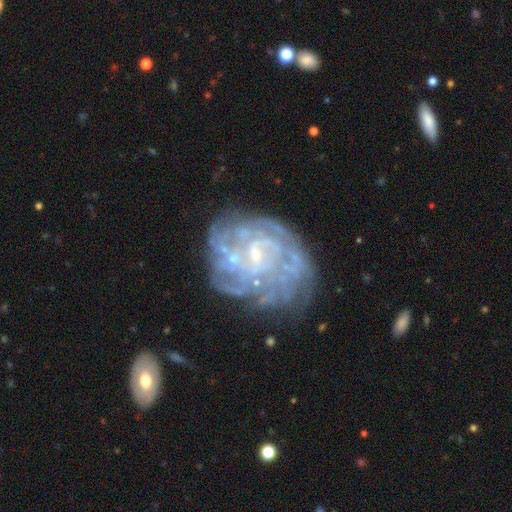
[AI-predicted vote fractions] Q: Smooth or featured?
A: featured or disk (81%); runner-up: smooth (11%)
Q: Edge-on disk?
A: no (97%); runner-up: yes (3%)
Q: Bar?
A: no (56%); runner-up: weak (36%)
Q: Spiral arms?
A: yes (80%); runner-up: no (20%)
Q: Spiral winding?
A: tight (68%); runner-up: medium (23%)
Q: Spiral arm count?
A: can't tell (52%); runner-up: 4 (14%)
Q: Bulge size?
A: small (73%); runner-up: moderate (14%)
Q: Merging?
A: none (57%); runner-up: minor disturbance (21%)